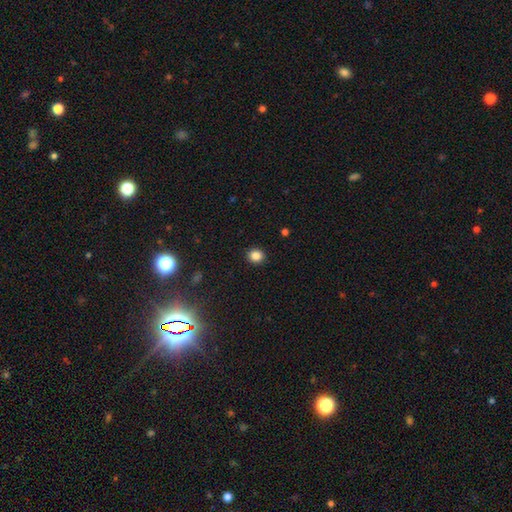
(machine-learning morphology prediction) Overall: smooth (85%). How rounded: round (80%). Merging: none (92%).